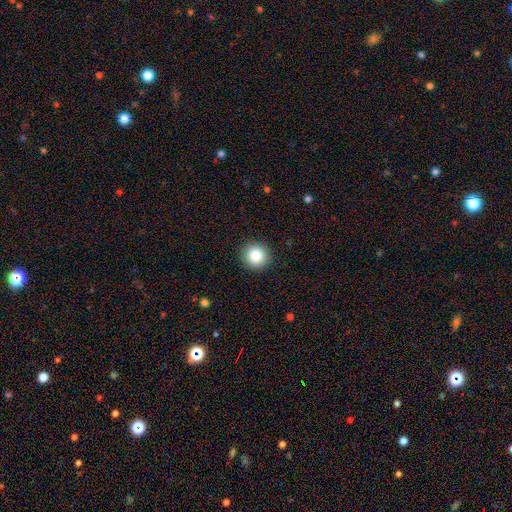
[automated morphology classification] Smooth or featured? smooth (86%)
How rounded? round (94%)
Merging? none (92%)